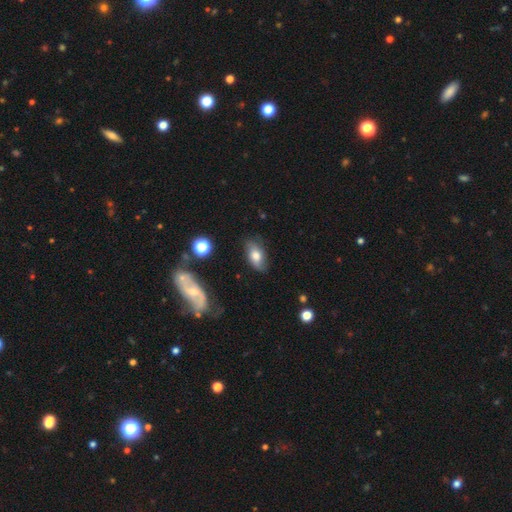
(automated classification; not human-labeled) Overall: smooth (58%; featured or disk 32%). How rounded: in between (88%). Merging: none (71%).